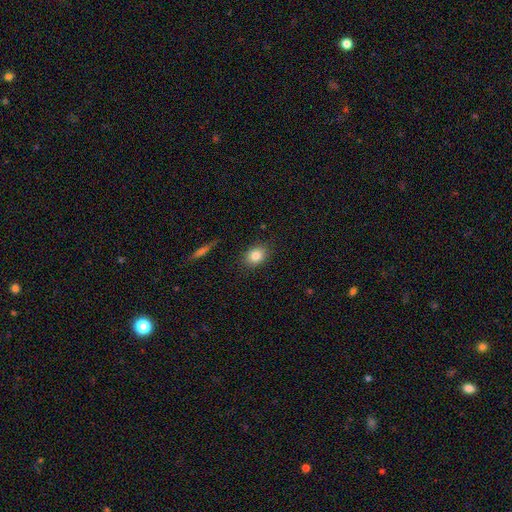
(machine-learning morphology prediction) Smooth or featured? Predicted: smooth (p=0.83). How rounded? Predicted: in between (p=0.59). Merging? Predicted: none (p=0.86).